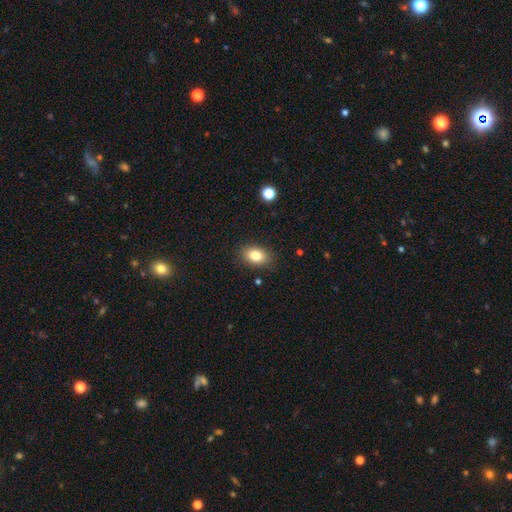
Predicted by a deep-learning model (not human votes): smooth 81%, featured or disk 10%, star or artifact 9%. Down the decision tree: how rounded — in between (82%); merging — none (86%).